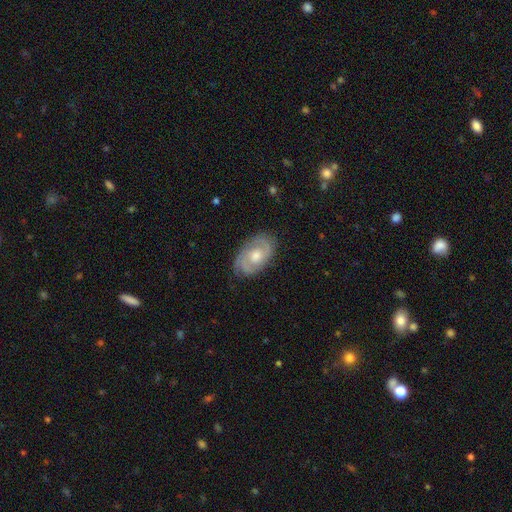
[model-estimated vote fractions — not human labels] smooth-or-featured: featured or disk: 78% | smooth: 16% | star or artifact: 6%
  disk-edge-on: no: 95% | yes: 5%
    bar: no: 69% | weak: 26% | strong: 4%
    has-spiral-arms: yes: 91% | no: 9%
      spiral-winding: tight: 55% | medium: 36% | loose: 10%
      spiral-arm-count: 2: 60% | can't tell: 22% | 3: 10% | 1: 4% | 4: 3% | more than 4: 2%
    bulge-size: moderate: 70% | small: 14% | large: 12% | none: 2% | dominant: 1%
  merging: none: 79% | minor disturbance: 16% | major disturbance: 4% | merger: 1%